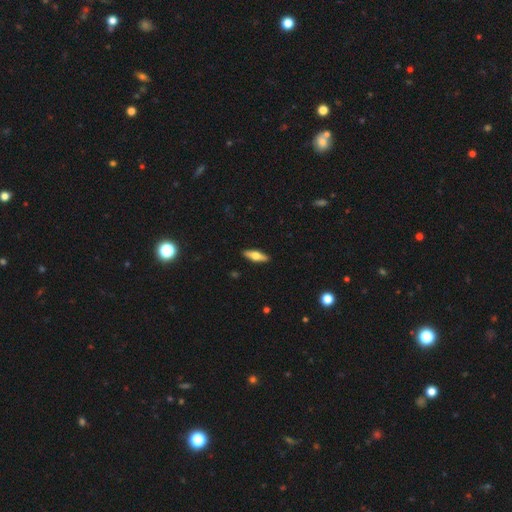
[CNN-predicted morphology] Smooth or featured?
  - smooth: 51% *
  - featured or disk: 43%
  - star or artifact: 6%
How rounded?
  - cigar-shaped: 53% *
  - in between: 44%
  - round: 3%
Merging?
  - none: 91% *
  - minor disturbance: 7%
  - major disturbance: 1%
  - merger: 1%